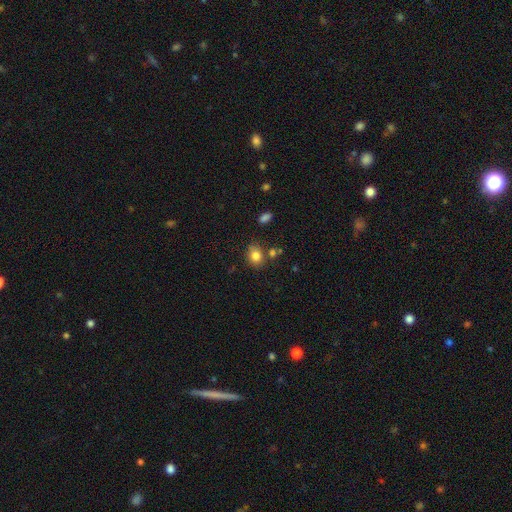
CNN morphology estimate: Smooth or featured?
  - smooth: 82% *
  - star or artifact: 11%
  - featured or disk: 7%
How rounded?
  - in between: 51% *
  - round: 47%
  - cigar-shaped: 1%
Merging?
  - none: 73% *
  - minor disturbance: 15%
  - merger: 8%
  - major disturbance: 4%